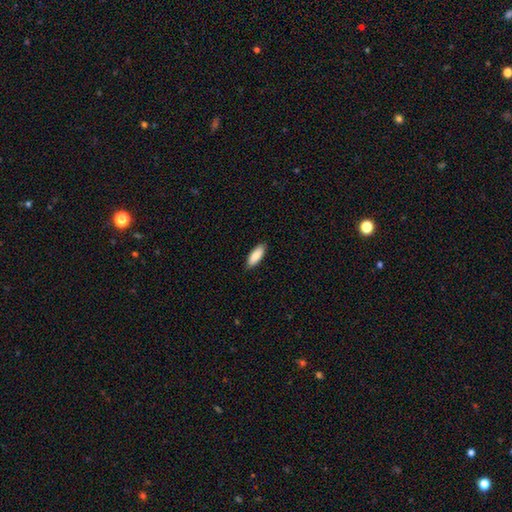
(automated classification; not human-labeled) Overall: smooth (88%). How rounded: in between (68%; cigar-shaped 30%). Merging: none (88%).